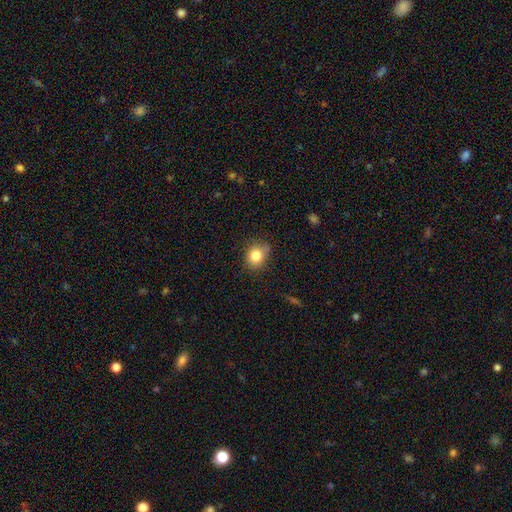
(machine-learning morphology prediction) smooth_or_featured: smooth (p=0.82) [alt: star or artifact p=0.10]
how_rounded: round (p=0.59) [alt: in between p=0.40]
merging: none (p=0.72) [alt: minor disturbance p=0.22]